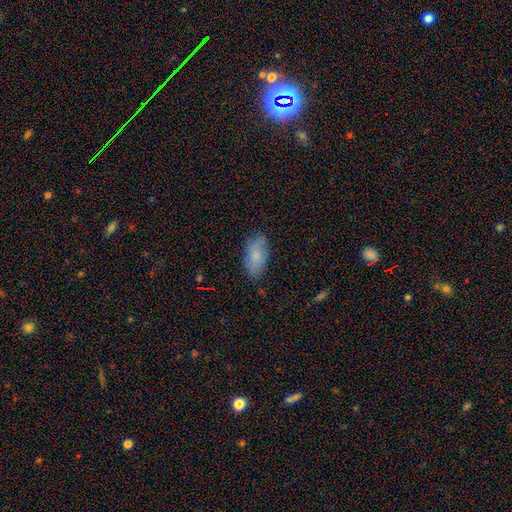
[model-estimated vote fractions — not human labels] A smooth galaxy with no disk features (83%) that is in between round and cigar-shaped (92%).

Vote fractions:
- Smooth or featured? smooth: 83% / featured or disk: 11% / star or artifact: 7%
- How rounded? in between: 92% / cigar-shaped: 5% / round: 3%
- Merging? none: 82% / minor disturbance: 14% / major disturbance: 3% / merger: 1%